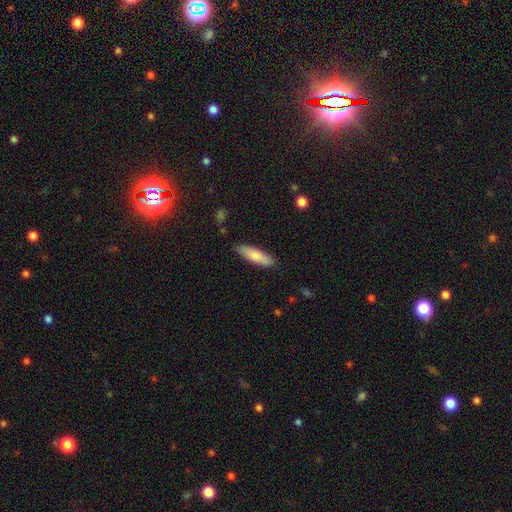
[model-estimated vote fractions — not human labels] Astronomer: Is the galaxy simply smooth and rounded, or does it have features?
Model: smooth — 79%.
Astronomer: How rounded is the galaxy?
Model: cigar-shaped — 55% (runner-up: in between, 43%).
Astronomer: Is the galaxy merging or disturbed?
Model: none — 85%.